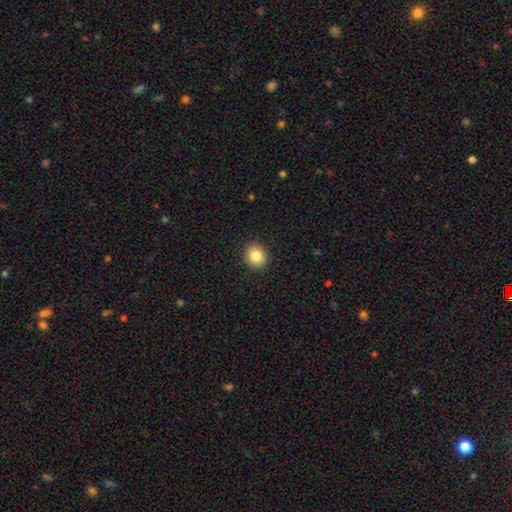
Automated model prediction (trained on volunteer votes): A smooth galaxy with no disk features (85%) that is round (79%).

Vote fractions:
- Smooth or featured? smooth: 85% / star or artifact: 9% / featured or disk: 6%
- How rounded? round: 79% / in between: 20% / cigar-shaped: 1%
- Merging? none: 92% / minor disturbance: 6% / major disturbance: 2% / merger: 1%